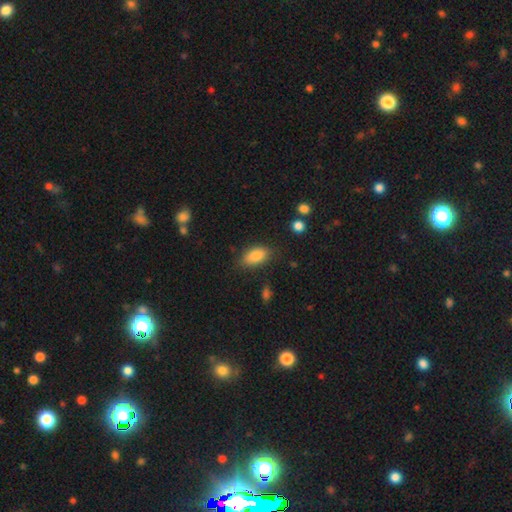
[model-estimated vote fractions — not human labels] The model was most divided on "merging": none: 78%, minor disturbance: 16%, major disturbance: 4%, merger: 2%. More confident: how rounded — in between (90%); smooth or featured — smooth (86%).